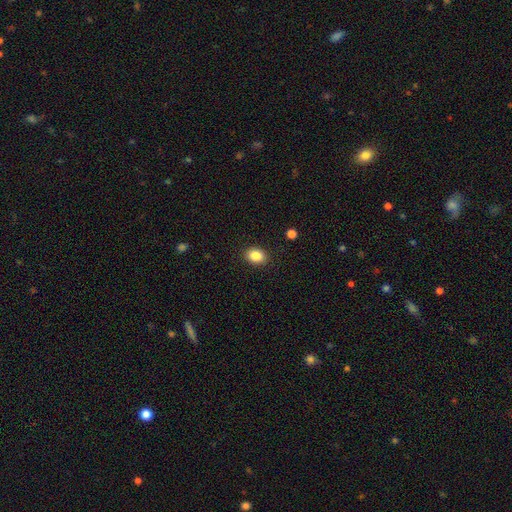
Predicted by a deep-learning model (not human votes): A smooth galaxy with no disk features (86%) that is in between round and cigar-shaped (63%).

Vote fractions:
- Smooth or featured? smooth: 86% / star or artifact: 9% / featured or disk: 5%
- How rounded? in between: 63% / round: 36% / cigar-shaped: 1%
- Merging? none: 89% / minor disturbance: 8% / major disturbance: 2% / merger: 1%